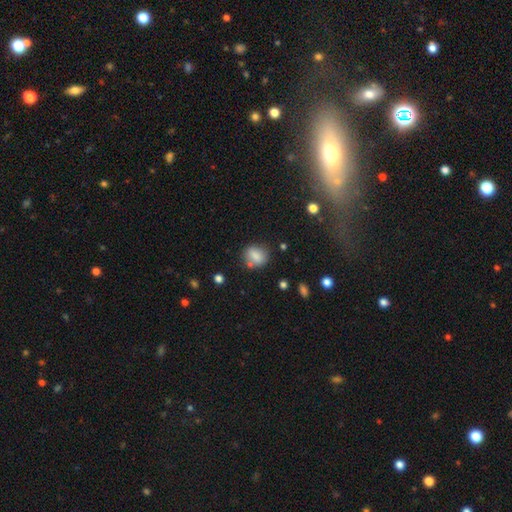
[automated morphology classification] smooth_or_featured: smooth (p=0.80) [alt: featured or disk p=0.11]
how_rounded: round (p=0.55) [alt: in between p=0.43]
merging: none (p=0.70) [alt: minor disturbance p=0.15]